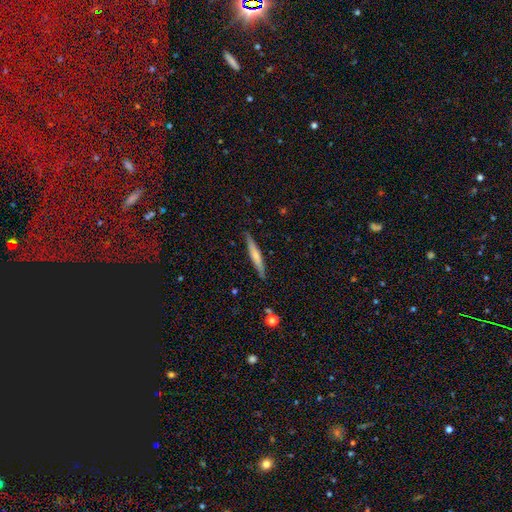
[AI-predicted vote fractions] smooth-or-featured: smooth: 55% | featured or disk: 40% | star or artifact: 6%
  how-rounded: cigar-shaped: 94% | in between: 5% | round: 1%
  merging: none: 88% | minor disturbance: 9% | major disturbance: 2% | merger: 1%